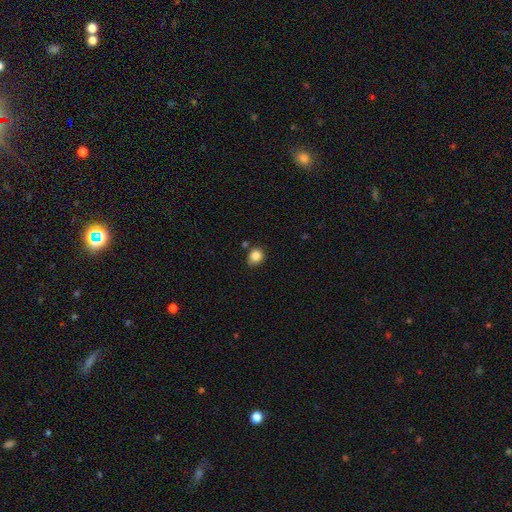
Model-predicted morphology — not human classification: Smooth or featured?
  - smooth: 85% *
  - star or artifact: 10%
  - featured or disk: 5%
How rounded?
  - round: 66% *
  - in between: 34%
  - cigar-shaped: 1%
Merging?
  - none: 73% *
  - minor disturbance: 18%
  - merger: 6%
  - major disturbance: 3%